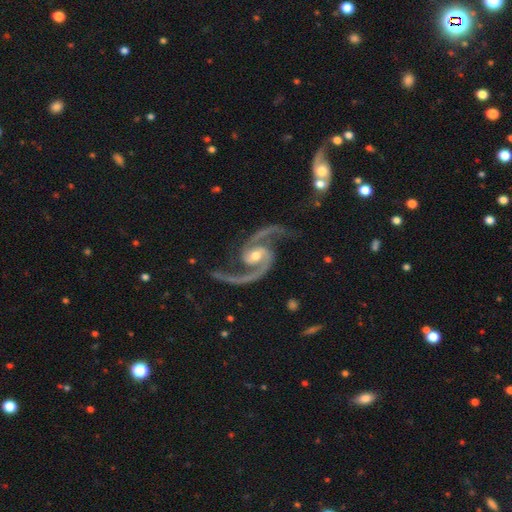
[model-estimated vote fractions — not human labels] The model was most divided on "bar": no: 48%, weak: 36%, strong: 16%. More confident: spiral arms — yes (99%); edge-on disk — no (98%); smooth or featured — featured or disk (95%); spiral arm count — 2 (94%); merging — none (76%); bulge size — moderate (69%); spiral winding — medium (52%).